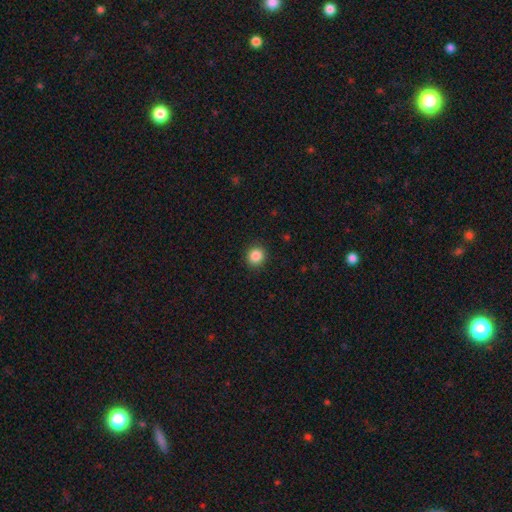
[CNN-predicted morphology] smooth 87%, star or artifact 10%, featured or disk 3%. Down the decision tree: how rounded — round (89%); merging — none (91%).